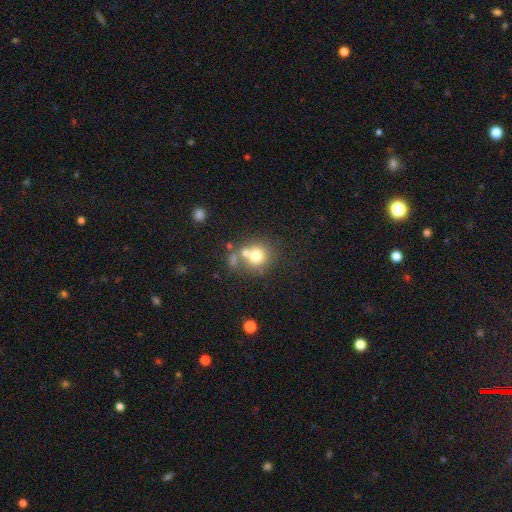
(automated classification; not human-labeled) Overall: smooth (71%). How rounded: round (84%). Merging: none (49%; merger 35%).